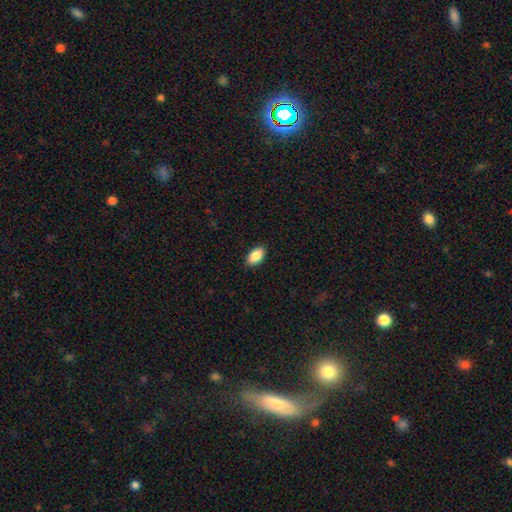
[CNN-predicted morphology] Smooth or featured?
  - smooth: 89% *
  - star or artifact: 7%
  - featured or disk: 4%
How rounded?
  - in between: 93% *
  - round: 5%
  - cigar-shaped: 2%
Merging?
  - none: 89% *
  - minor disturbance: 8%
  - major disturbance: 2%
  - merger: 1%